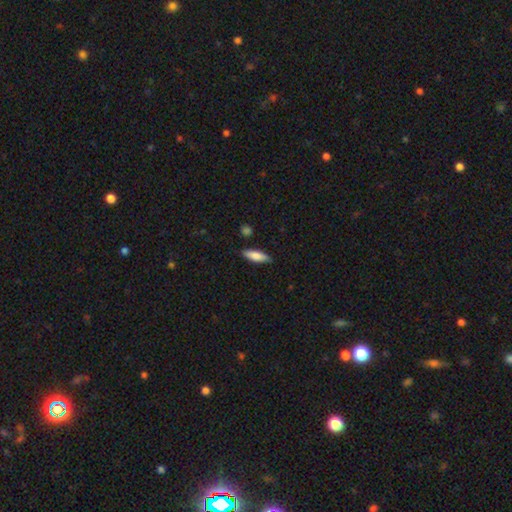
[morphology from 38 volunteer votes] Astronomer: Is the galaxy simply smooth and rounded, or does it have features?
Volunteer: smooth — 79%.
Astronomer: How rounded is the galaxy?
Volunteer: cigar-shaped — 57% (runner-up: in between, 43%).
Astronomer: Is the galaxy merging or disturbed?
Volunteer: none — 83%.